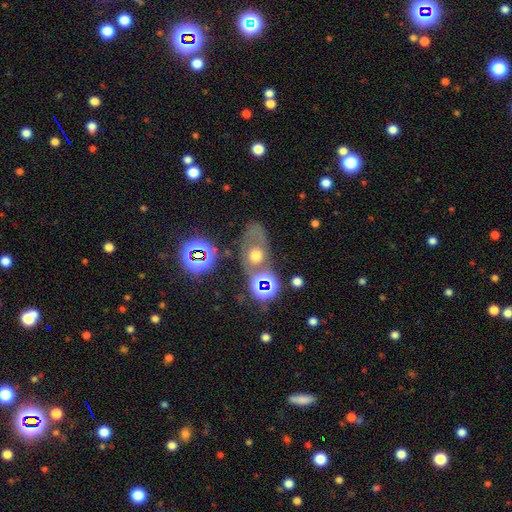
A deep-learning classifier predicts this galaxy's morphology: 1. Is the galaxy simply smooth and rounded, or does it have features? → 45% smooth, 31% featured or disk, 24% star or artifact.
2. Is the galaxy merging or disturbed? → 52% none, 18% minor disturbance, 16% merger, 14% major disturbance.